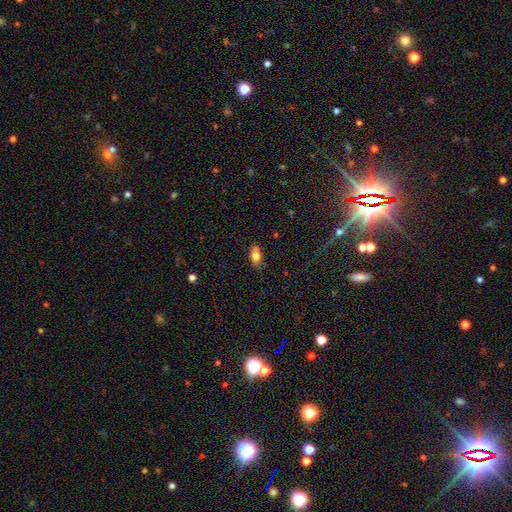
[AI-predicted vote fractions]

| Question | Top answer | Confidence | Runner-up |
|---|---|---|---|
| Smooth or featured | smooth | 77% | featured or disk (15%) |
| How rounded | in between | 86% | cigar-shaped (9%) |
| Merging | none | 82% | minor disturbance (14%) |